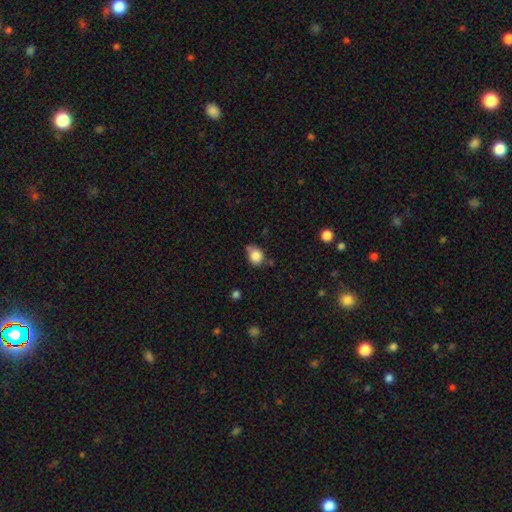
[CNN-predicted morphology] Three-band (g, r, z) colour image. It shows a smooth galaxy with no disk features (84%) that is round (61%). Merging: none (58%).